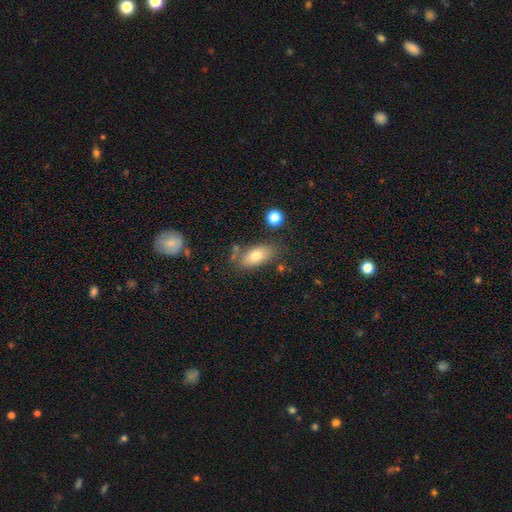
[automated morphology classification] The model was most divided on "merging": none: 69%, minor disturbance: 18%, merger: 8%, major disturbance: 6%. More confident: how rounded — in between (88%); smooth or featured — smooth (74%).